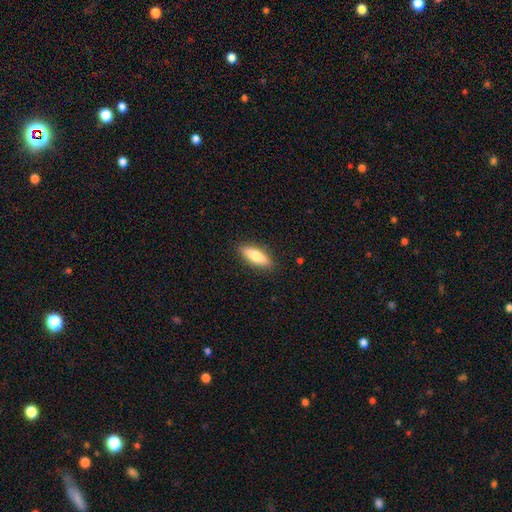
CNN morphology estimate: Overall: smooth (71%). How rounded: in between (53%; cigar-shaped 45%). Merging: none (88%).